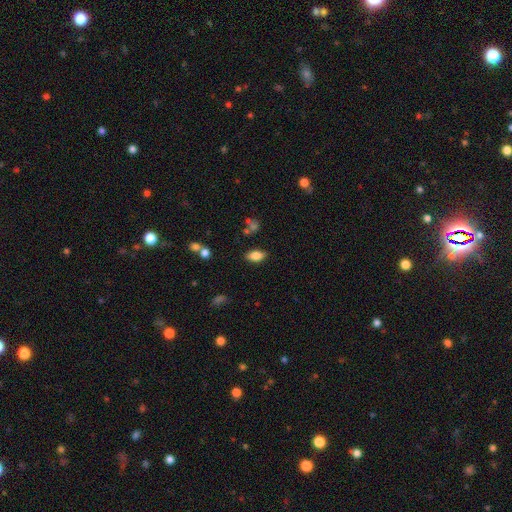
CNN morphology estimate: type=smooth (81%); roundness=in between (90%); merging=none (83%).